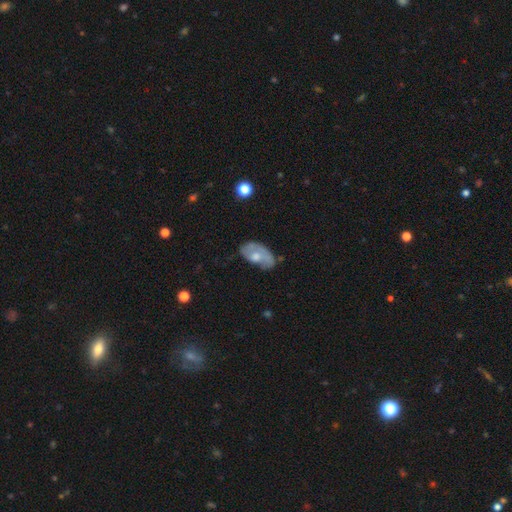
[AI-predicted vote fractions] The model was most divided on "smooth or featured": featured or disk: 48%, smooth: 44%, star or artifact: 8%. Remaining: merging — none (49%).